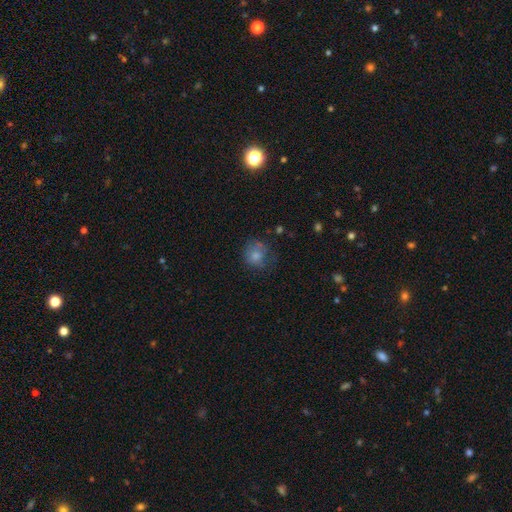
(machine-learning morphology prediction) A smooth galaxy with no disk features (72%) that is round (80%).

Vote fractions:
- Smooth or featured? smooth: 72% / featured or disk: 18% / star or artifact: 10%
- How rounded? round: 80% / in between: 19% / cigar-shaped: 1%
- Merging? none: 56% / minor disturbance: 25% / major disturbance: 16% / merger: 3%